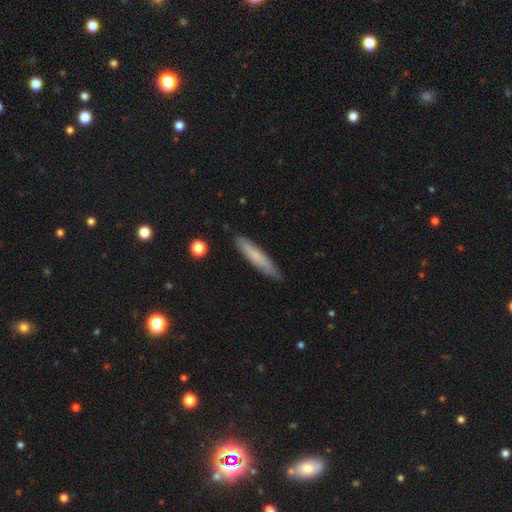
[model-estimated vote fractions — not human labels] Smooth or featured: smooth — 73% (featured or disk — 21%)
How rounded: cigar-shaped — 90% (in between — 9%)
Merging: none — 86% (minor disturbance — 11%)